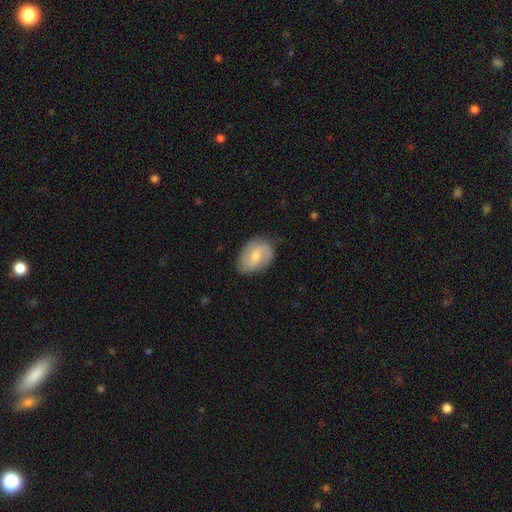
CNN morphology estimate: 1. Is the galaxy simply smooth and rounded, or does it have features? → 48% featured or disk, 46% smooth, 6% star or artifact.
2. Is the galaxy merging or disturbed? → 74% none, 20% minor disturbance, 5% major disturbance, 1% merger.